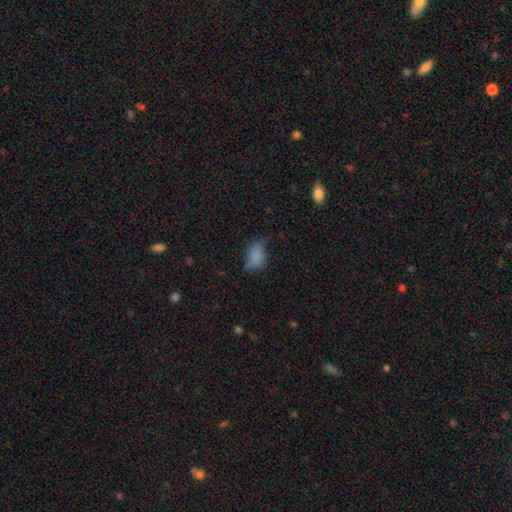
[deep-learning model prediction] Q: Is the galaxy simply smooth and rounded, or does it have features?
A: smooth — 73%.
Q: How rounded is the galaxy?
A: in between — 87%.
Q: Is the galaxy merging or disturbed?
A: none — 38%.